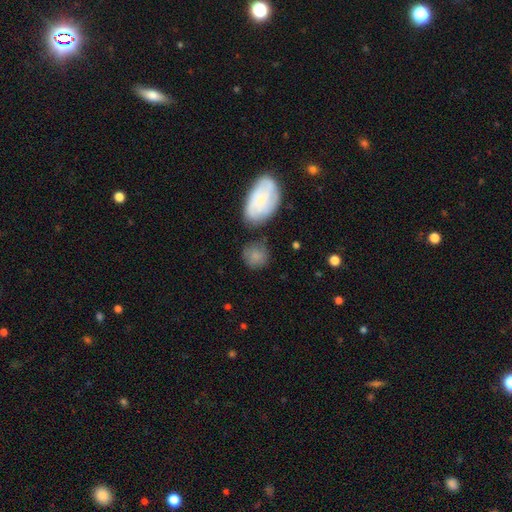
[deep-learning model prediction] smooth 78%, featured or disk 14%, star or artifact 8%. Down the decision tree: how rounded — round (80%); merging — none (67%).